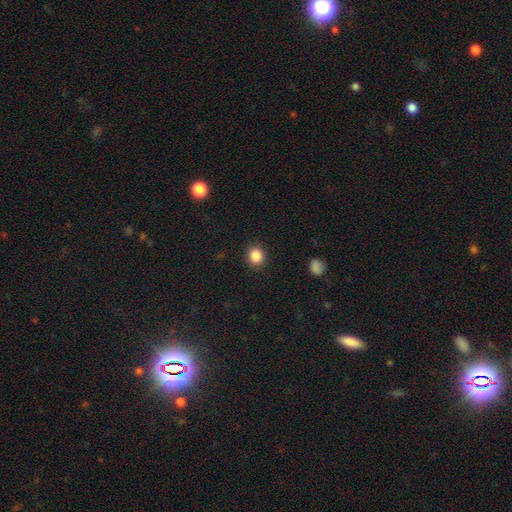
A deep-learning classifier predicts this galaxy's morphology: Q: Smooth or featured?
A: smooth (87%); runner-up: star or artifact (10%)
Q: How rounded?
A: round (80%); runner-up: in between (19%)
Q: Merging?
A: none (90%); runner-up: minor disturbance (7%)